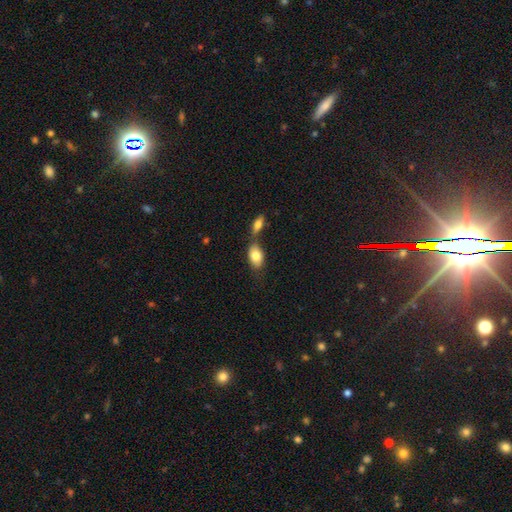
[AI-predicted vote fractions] Smooth or featured? Predicted: smooth (p=0.81). How rounded? Predicted: in between (p=0.88). Merging? Predicted: none (p=0.44).